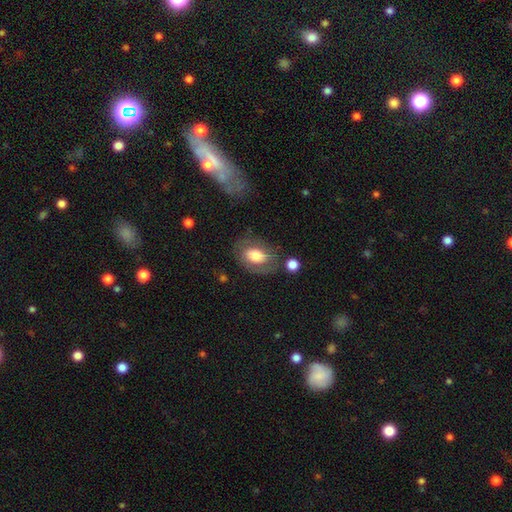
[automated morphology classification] A smooth galaxy with no disk features (60%) that is in between round and cigar-shaped (79%). Merging: none (68%).